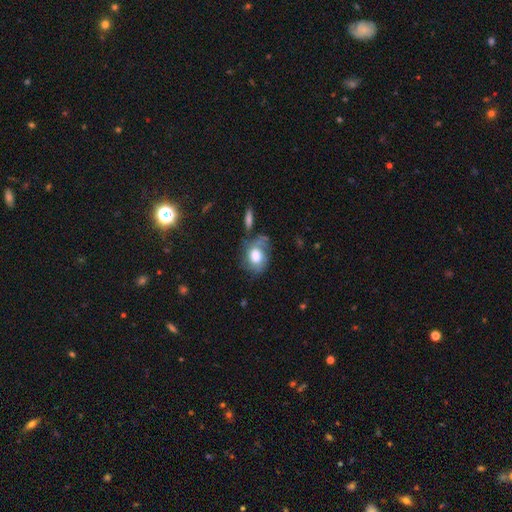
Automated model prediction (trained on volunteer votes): Q: Smooth or featured?
A: smooth (62%); runner-up: featured or disk (30%)
Q: How rounded?
A: in between (61%); runner-up: round (38%)
Q: Merging?
A: none (45%); runner-up: minor disturbance (28%)